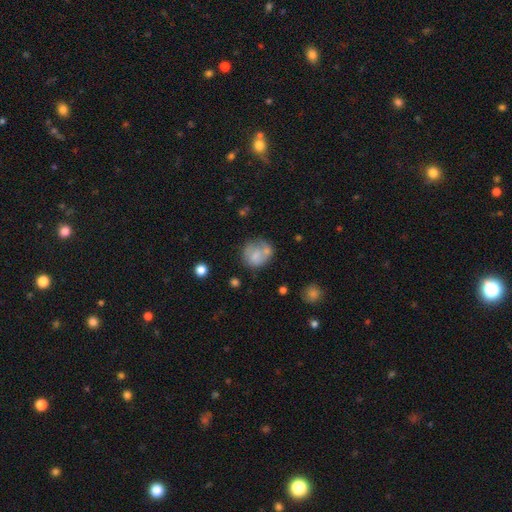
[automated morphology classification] A smooth galaxy with no disk features (67%) that is round (73%).

Vote fractions:
- Smooth or featured? smooth: 67% / featured or disk: 24% / star or artifact: 9%
- How rounded? round: 73% / in between: 26% / cigar-shaped: 1%
- Merging? none: 41% / merger: 27% / minor disturbance: 20% / major disturbance: 12%